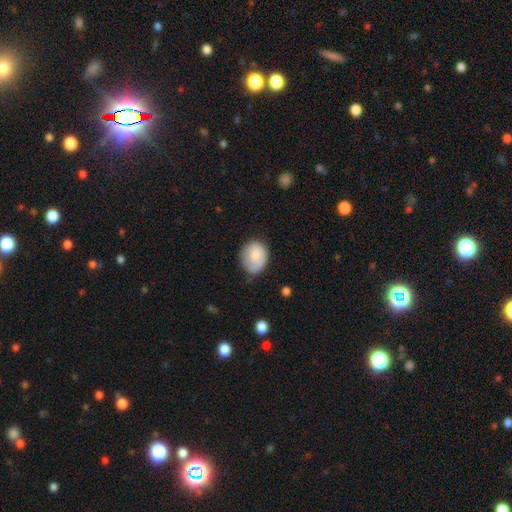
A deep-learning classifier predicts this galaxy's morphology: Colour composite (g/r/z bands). It shows a smooth galaxy with no disk features (80%) that is round (55%). Merging: none (59%).